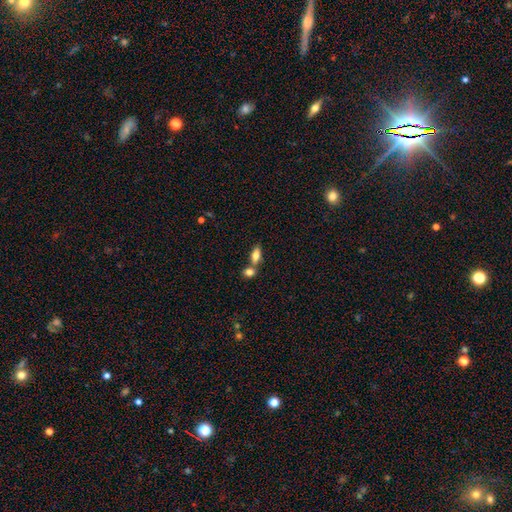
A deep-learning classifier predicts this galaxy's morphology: Smooth or featured: smooth — 76% (featured or disk — 16%)
How rounded: in between — 79% (cigar-shaped — 16%)
Merging: none — 47% (merger — 41%)